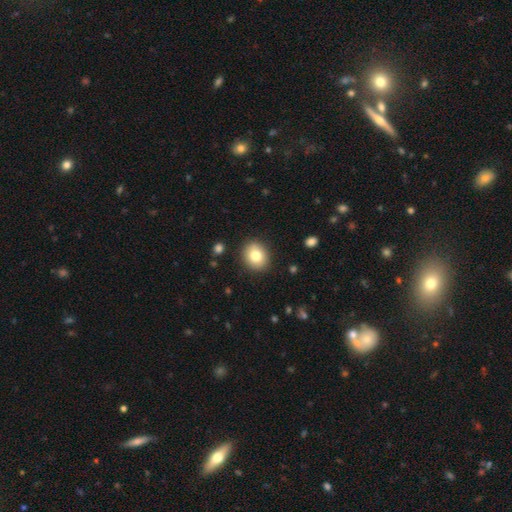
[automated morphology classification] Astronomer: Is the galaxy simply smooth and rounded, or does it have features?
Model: smooth — 80%.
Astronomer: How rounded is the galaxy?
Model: round — 73%.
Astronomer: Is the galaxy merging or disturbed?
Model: none — 89%.